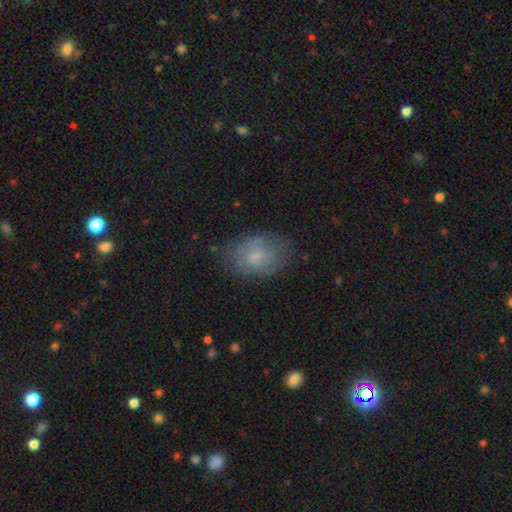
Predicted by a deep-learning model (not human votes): This appears to be a smooth galaxy with no disk features (63%) that is in between round and cigar-shaped (77%). Merging: none (68%).